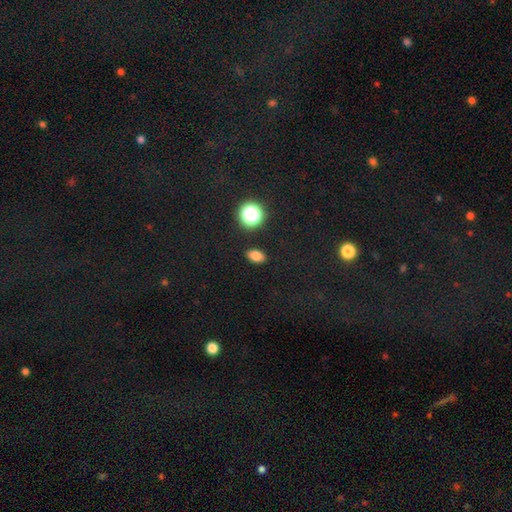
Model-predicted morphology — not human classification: Smooth or featured: smooth — 79% (star or artifact — 15%)
How rounded: in between — 82% (round — 16%)
Merging: none — 88% (minor disturbance — 8%)